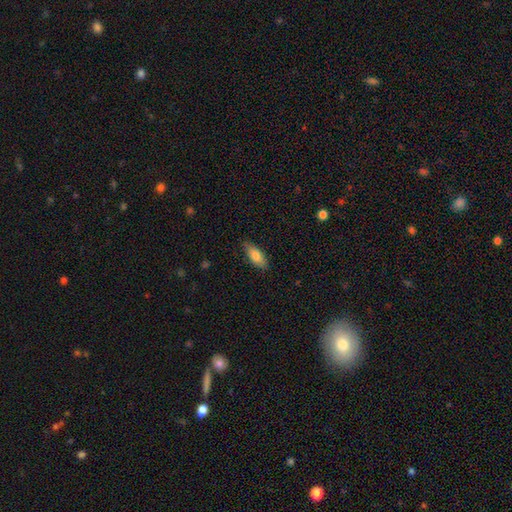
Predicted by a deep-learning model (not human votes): smooth 78%, featured or disk 16%, star or artifact 6%. Down the decision tree: how rounded — in between (78%); merging — none (83%).